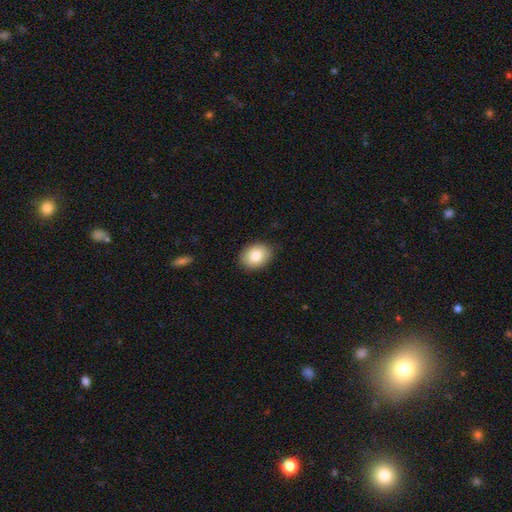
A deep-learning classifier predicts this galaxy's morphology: This appears to be a smooth galaxy with no disk features (84%) that is in between round and cigar-shaped (69%). Merging: none (86%).